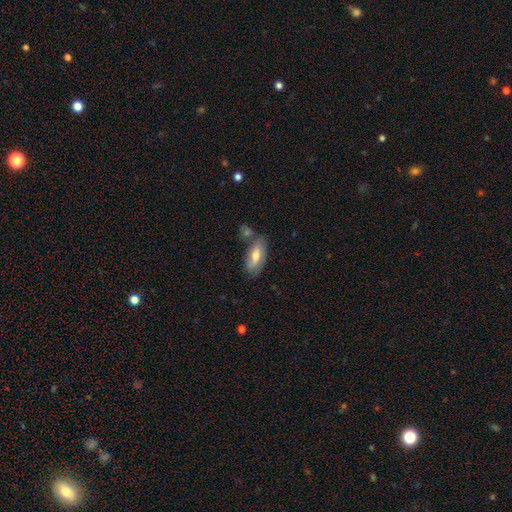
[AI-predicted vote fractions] Smooth or featured: smooth — 59% (featured or disk — 34%)
How rounded: in between — 80% (cigar-shaped — 17%)
Merging: none — 64% (minor disturbance — 20%)